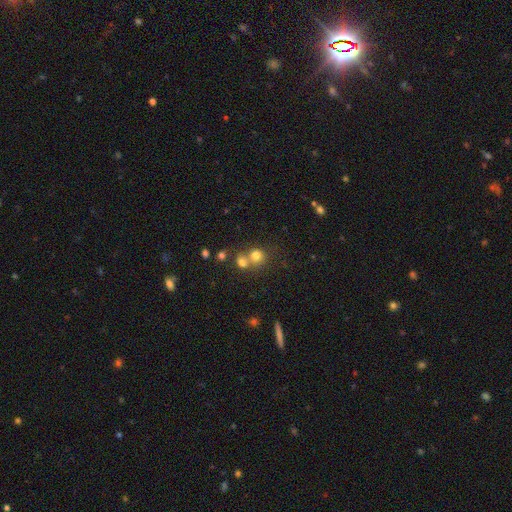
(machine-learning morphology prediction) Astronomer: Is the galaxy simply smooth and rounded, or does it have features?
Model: smooth — 76%.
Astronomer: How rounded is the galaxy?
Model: round — 83%.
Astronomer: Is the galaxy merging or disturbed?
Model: merger — 46% (runner-up: none, 44%).